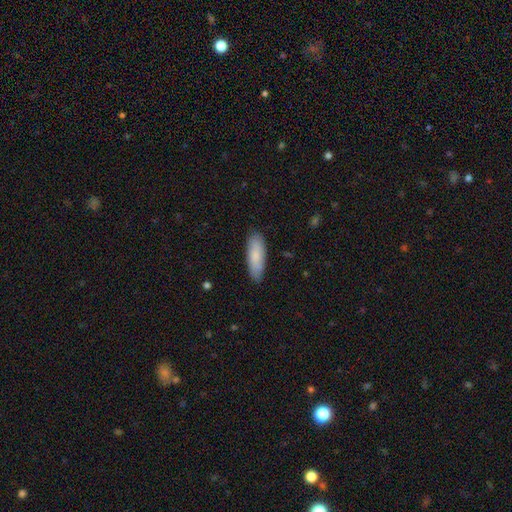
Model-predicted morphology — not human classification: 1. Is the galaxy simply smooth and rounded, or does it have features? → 83% smooth, 11% featured or disk, 6% star or artifact.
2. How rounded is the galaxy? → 55% in between, 43% cigar-shaped, 1% round.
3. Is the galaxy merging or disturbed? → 84% none, 13% minor disturbance, 2% major disturbance, 1% merger.